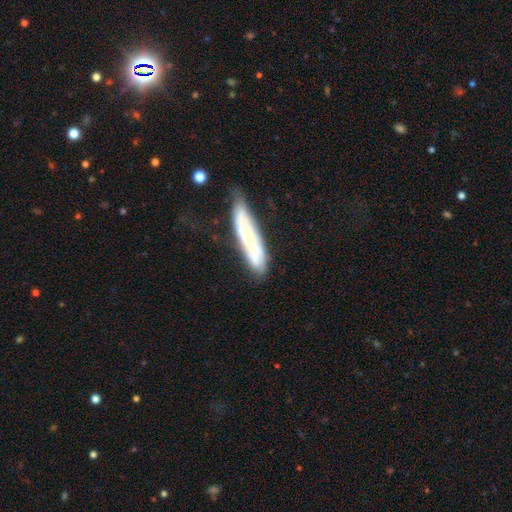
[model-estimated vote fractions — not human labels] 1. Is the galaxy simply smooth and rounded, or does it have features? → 48% smooth, 44% featured or disk, 8% star or artifact.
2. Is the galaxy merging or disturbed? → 61% none, 25% minor disturbance, 9% major disturbance, 6% merger.